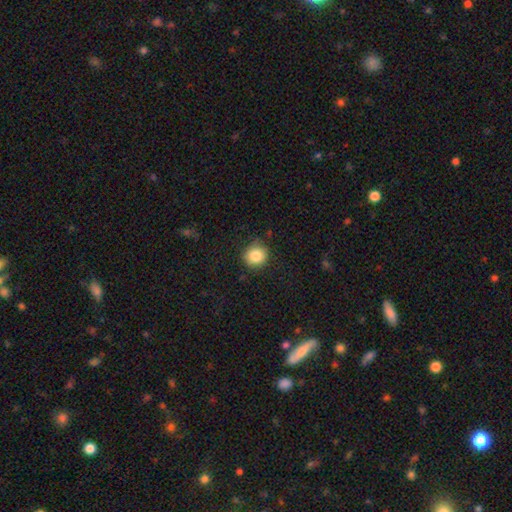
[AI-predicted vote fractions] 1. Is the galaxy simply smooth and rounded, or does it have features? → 85% smooth, 10% star or artifact, 6% featured or disk.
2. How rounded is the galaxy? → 89% round, 10% in between, 1% cigar-shaped.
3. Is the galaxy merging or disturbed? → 85% none, 11% minor disturbance, 3% major disturbance, 1% merger.